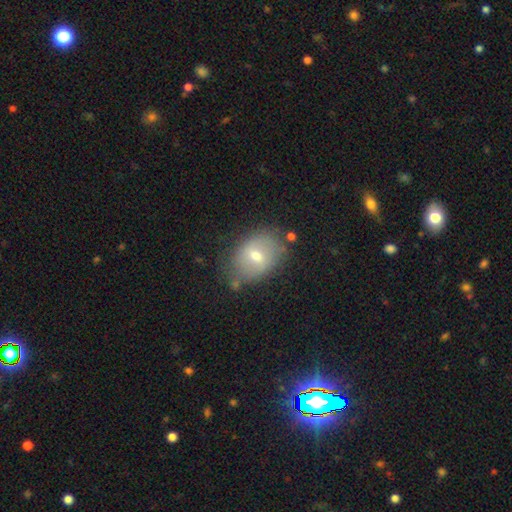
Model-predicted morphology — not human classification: smooth 57%, featured or disk 33%, star or artifact 9%. Down the decision tree: how rounded — in between (72%); merging — none (71%).